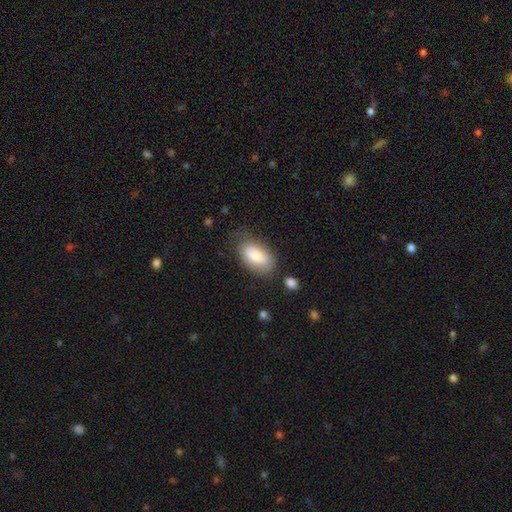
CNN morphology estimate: smooth-or-featured: smooth: 77% | featured or disk: 17% | star or artifact: 6%
  how-rounded: in between: 93% | round: 5% | cigar-shaped: 2%
  merging: none: 67% | minor disturbance: 22% | major disturbance: 7% | merger: 4%